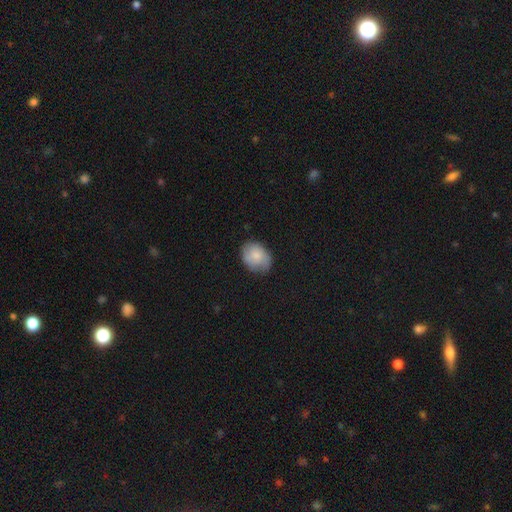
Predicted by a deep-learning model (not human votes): This is likely a smooth galaxy (74%). How rounded: possibly in between (58%). Merging: likely none (74%).